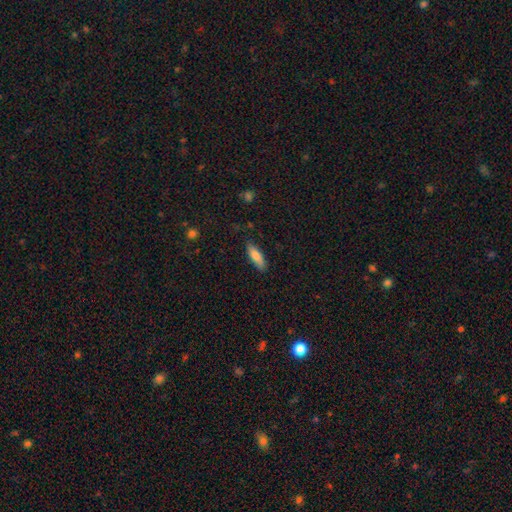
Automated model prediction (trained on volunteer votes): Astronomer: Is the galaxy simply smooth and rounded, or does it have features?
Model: smooth — 80%.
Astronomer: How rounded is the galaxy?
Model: in between — 51% (runner-up: cigar-shaped, 47%).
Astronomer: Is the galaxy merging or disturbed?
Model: none — 82%.